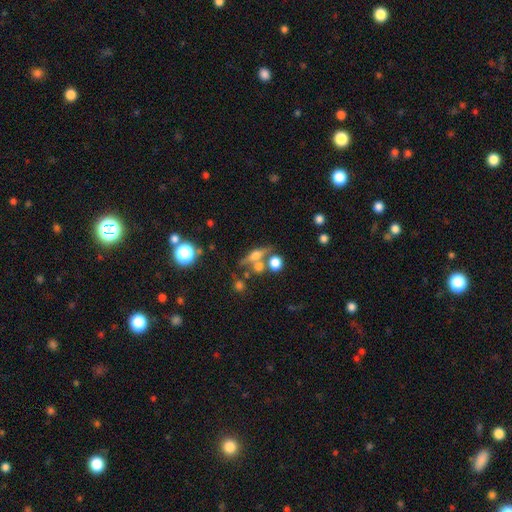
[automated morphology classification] Smooth or featured?
  - featured or disk: 53% *
  - smooth: 33%
  - star or artifact: 14%
Edge-on disk?
  - yes: 85% *
  - no: 15%
Merging?
  - none: 64% *
  - merger: 19%
  - minor disturbance: 12%
  - major disturbance: 6%